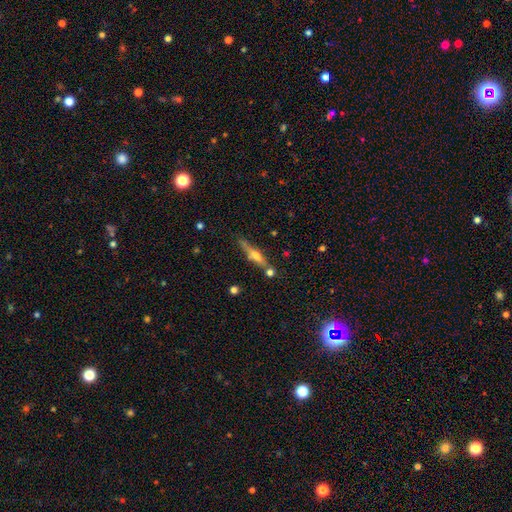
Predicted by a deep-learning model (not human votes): Morphology: type=featured or disk (59%); edge-on=yes (94%); edge-on bulge=rounded (80%); merging=none (72%).